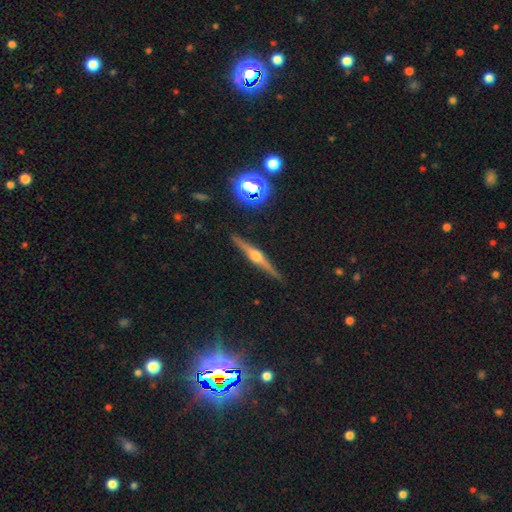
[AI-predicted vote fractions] The model was most divided on "smooth or featured": featured or disk: 82%, smooth: 11%, star or artifact: 7%. More confident: edge-on disk — yes (98%); edge-on bulge — rounded (93%); merging — none (91%).